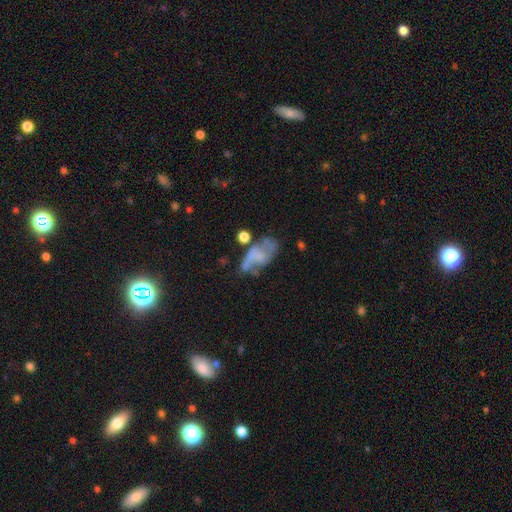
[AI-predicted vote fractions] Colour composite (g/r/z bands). It shows a featured or disk galaxy (51%). Merging: none (31%).